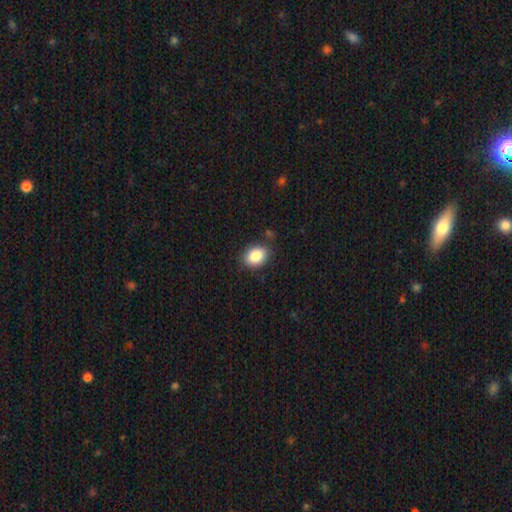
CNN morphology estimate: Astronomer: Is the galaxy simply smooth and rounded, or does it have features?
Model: smooth — 85%.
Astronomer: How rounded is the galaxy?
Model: in between — 75%.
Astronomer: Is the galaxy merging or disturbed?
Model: none — 83%.